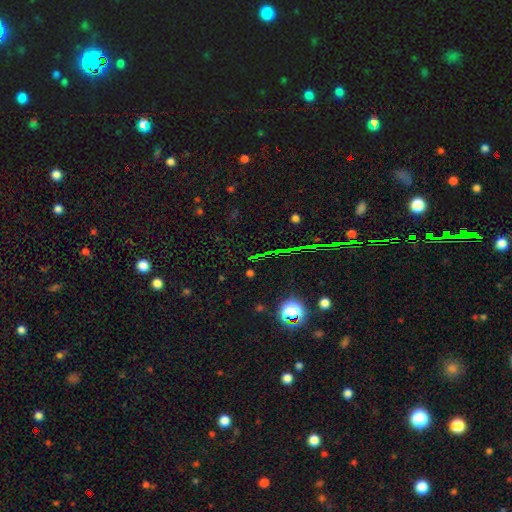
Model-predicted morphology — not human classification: This appears to be a star or artifact, not a galaxy (74%).